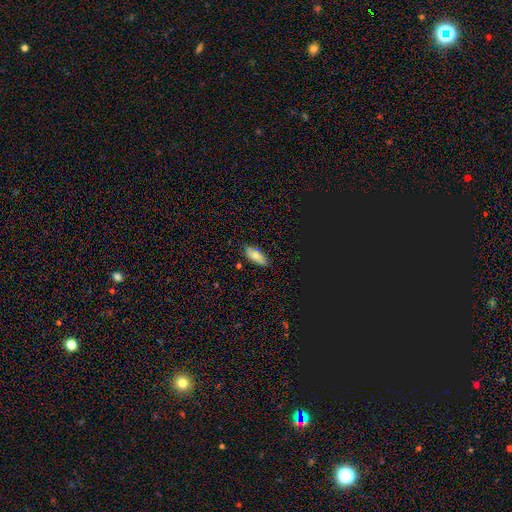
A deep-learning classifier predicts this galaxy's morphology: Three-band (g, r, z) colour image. It shows a smooth galaxy with no disk features (72%) that is in between round and cigar-shaped (84%). Merging: none (80%).